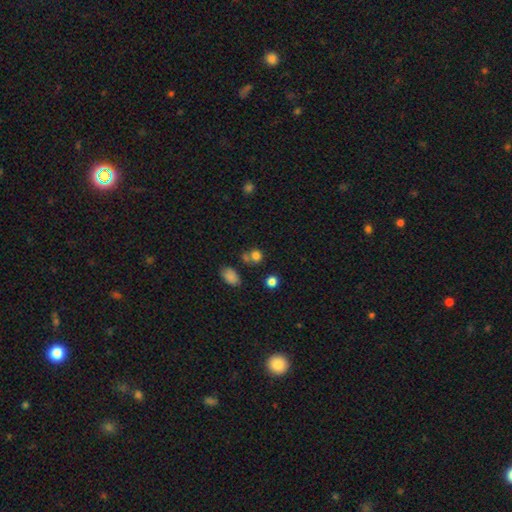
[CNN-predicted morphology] smooth 79%, star or artifact 15%, featured or disk 6%. Down the decision tree: how rounded — round (79%); merging — none (59%).